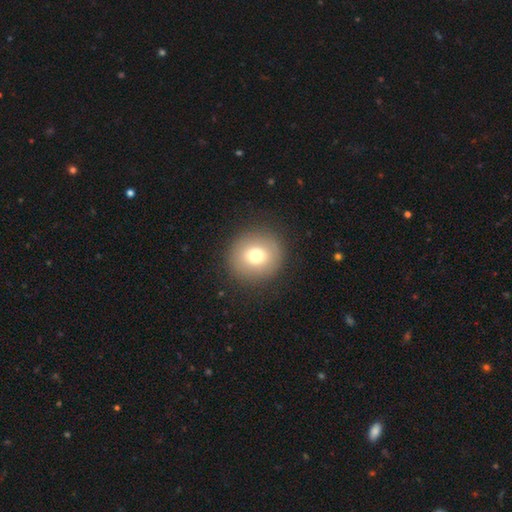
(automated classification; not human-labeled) smooth-or-featured: smooth: 74% | featured or disk: 15% | star or artifact: 11%
  how-rounded: round: 93% | in between: 6% | cigar-shaped: 1%
  merging: none: 90% | minor disturbance: 6% | major disturbance: 3% | merger: 1%